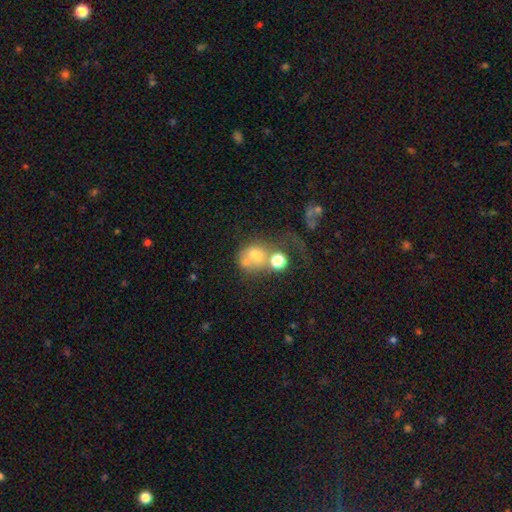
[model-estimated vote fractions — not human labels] Smooth or featured? smooth (56%)
How rounded? round (65%)
Merging? merger (46%)